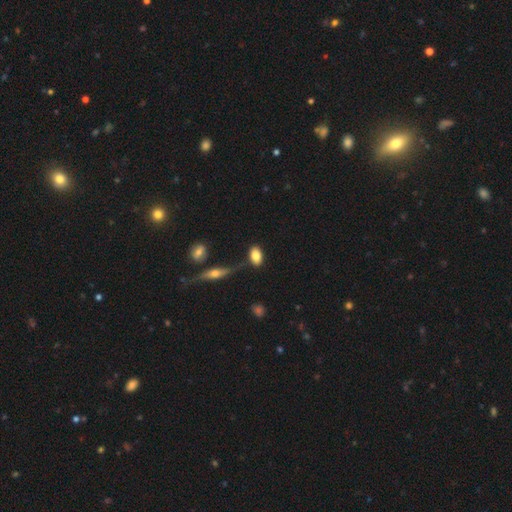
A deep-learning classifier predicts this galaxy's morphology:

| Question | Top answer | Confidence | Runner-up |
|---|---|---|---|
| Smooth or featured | smooth | 83% | featured or disk (10%) |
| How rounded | in between | 89% | round (8%) |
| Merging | none | 75% | minor disturbance (16%) |